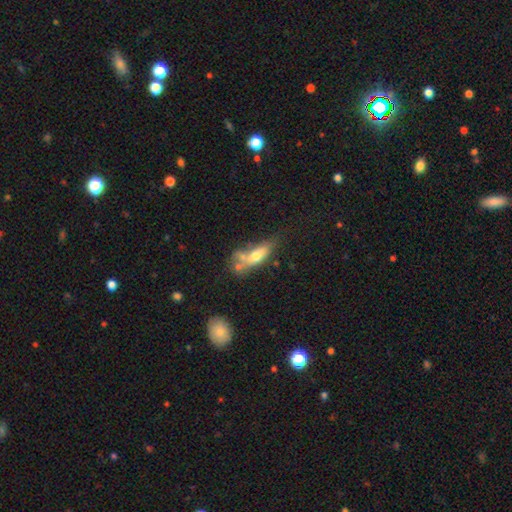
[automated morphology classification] Smooth or featured? smooth (55%)
How rounded? in between (56%)
Merging? none (37%)